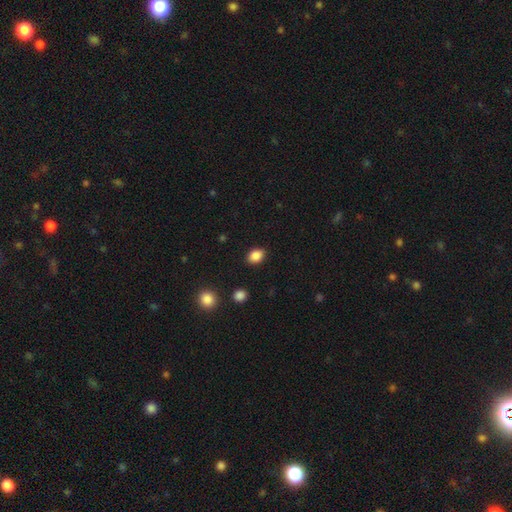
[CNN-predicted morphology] Smooth or featured?
  - smooth: 87% *
  - star or artifact: 9%
  - featured or disk: 4%
How rounded?
  - in between: 70% *
  - round: 29%
  - cigar-shaped: 1%
Merging?
  - none: 87% *
  - minor disturbance: 9%
  - major disturbance: 2%
  - merger: 1%